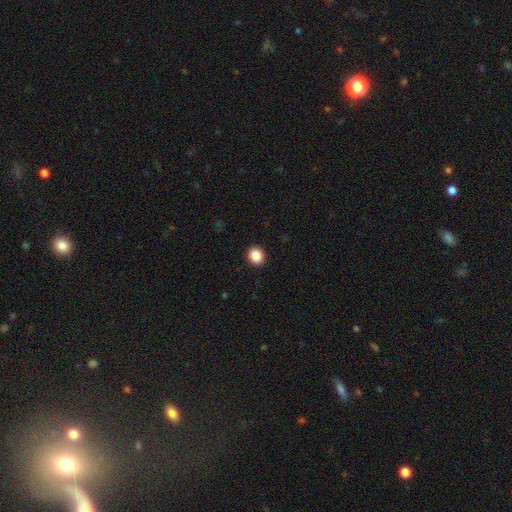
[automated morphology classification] smooth 87%, star or artifact 9%, featured or disk 4%. Down the decision tree: how rounded — round (75%); merging — none (93%).